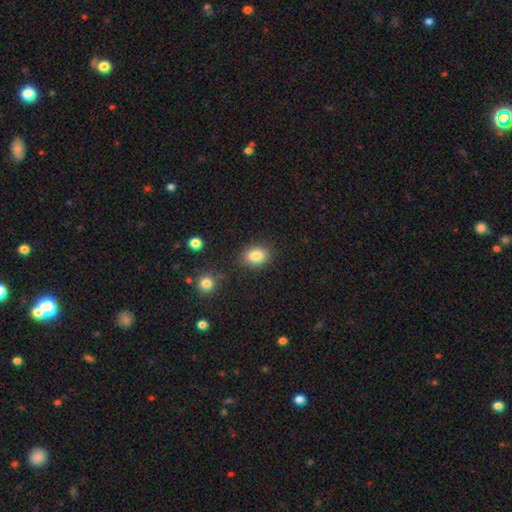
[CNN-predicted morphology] Smooth or featured: smooth — 83% (star or artifact — 10%)
How rounded: in between — 61% (round — 38%)
Merging: none — 83% (minor disturbance — 10%)